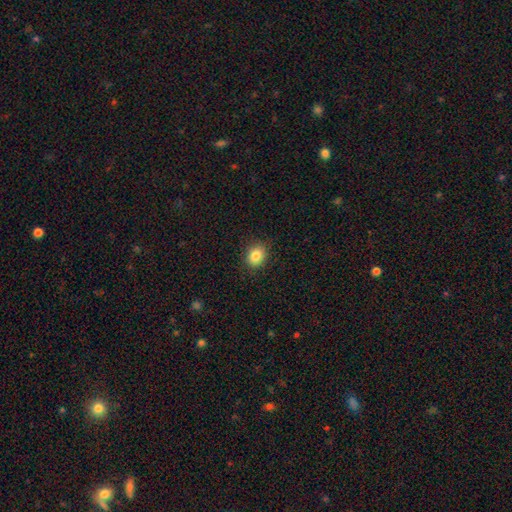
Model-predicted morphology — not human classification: Smooth or featured? smooth (84%)
How rounded? round (55%)
Merging? none (87%)